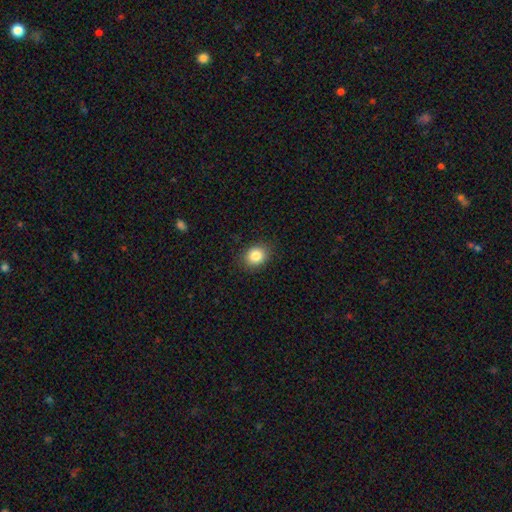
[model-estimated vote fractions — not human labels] A smooth galaxy with no disk features (85%) that is round (60%). Merging: none (88%).